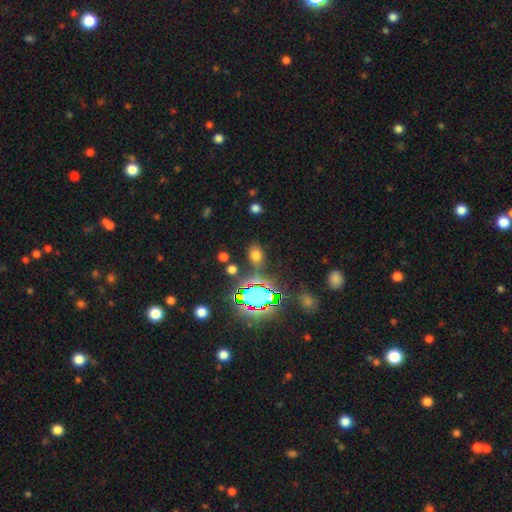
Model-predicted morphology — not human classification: smooth-or-featured: smooth: 59% | star or artifact: 32% | featured or disk: 9%
  how-rounded: in between: 69% | round: 28% | cigar-shaped: 3%
  merging: none: 73% | minor disturbance: 14% | merger: 6% | major disturbance: 6%